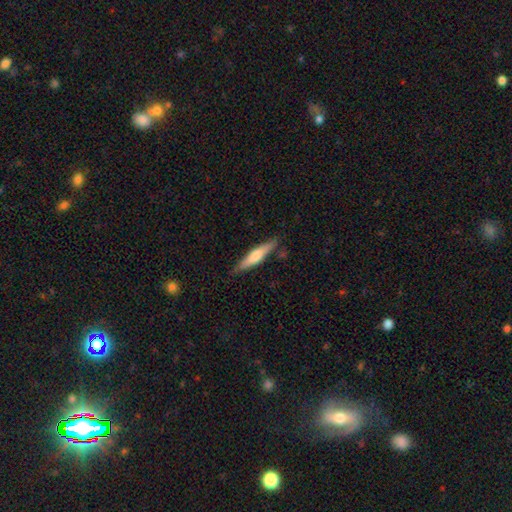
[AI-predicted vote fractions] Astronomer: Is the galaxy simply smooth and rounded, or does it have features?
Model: smooth — 56% (runner-up: featured or disk, 39%).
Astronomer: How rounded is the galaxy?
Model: cigar-shaped — 86%.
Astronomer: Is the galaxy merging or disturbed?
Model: none — 82%.